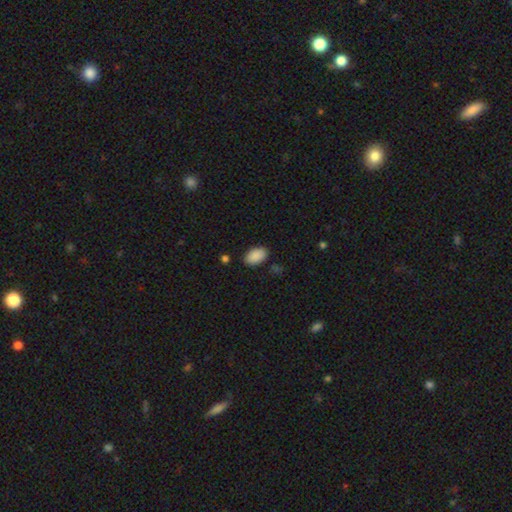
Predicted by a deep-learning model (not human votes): This is clearly a smooth galaxy (89%). How rounded: clearly in between (92%). Merging: clearly none (85%).